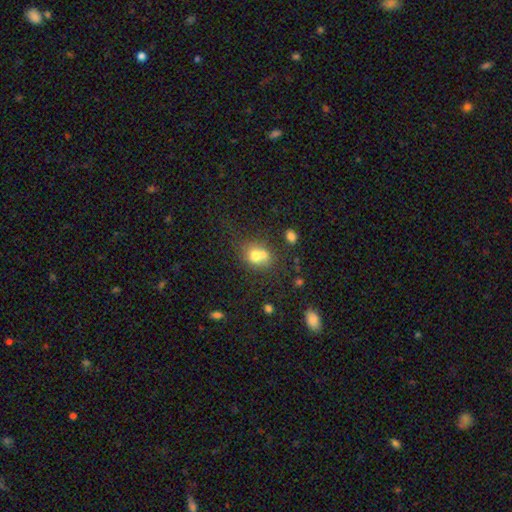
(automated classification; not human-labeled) The model was most divided on "merging": merger: 51%, none: 33%, minor disturbance: 11%, major disturbance: 5%. More confident: smooth or featured — smooth (69%); how rounded — round (63%).